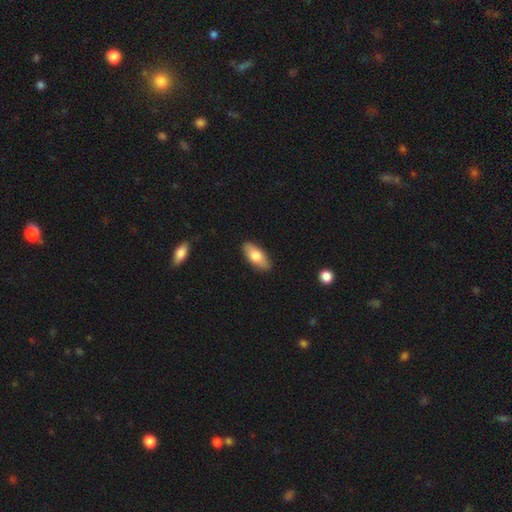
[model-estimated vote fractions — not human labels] A smooth galaxy with no disk features (74%) that is in between round and cigar-shaped (84%).

Vote fractions:
- Smooth or featured? smooth: 74% / featured or disk: 21% / star or artifact: 6%
- How rounded? in between: 84% / cigar-shaped: 14% / round: 3%
- Merging? none: 89% / minor disturbance: 8% / major disturbance: 2% / merger: 1%